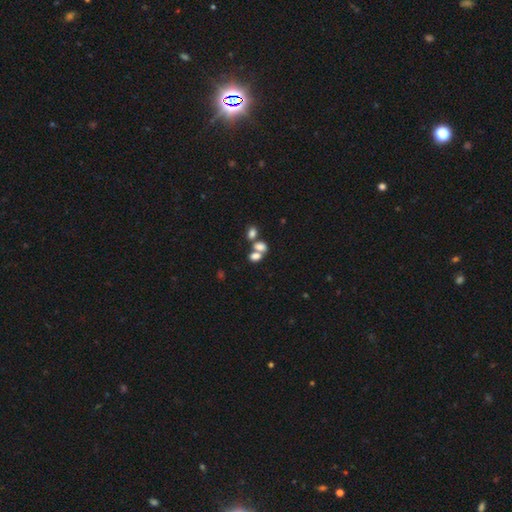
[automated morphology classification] Smooth or featured? smooth (73%)
How rounded? in between (78%)
Merging? merger (57%)